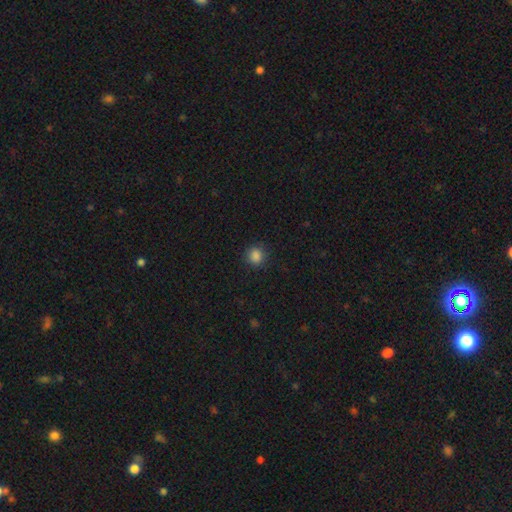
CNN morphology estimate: smooth_or_featured: smooth (p=0.86) [alt: star or artifact p=0.12]
how_rounded: round (p=0.85) [alt: in between p=0.14]
merging: none (p=0.88) [alt: minor disturbance p=0.09]